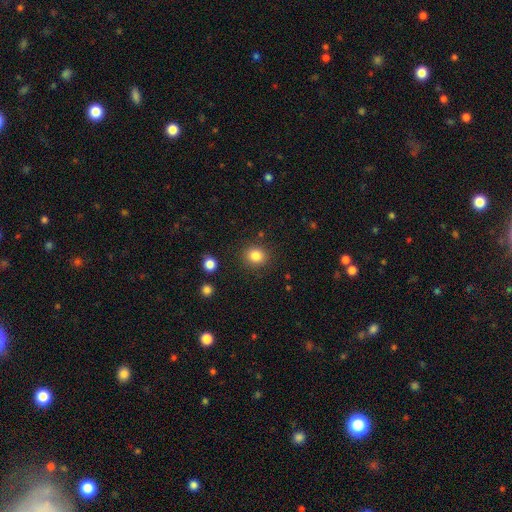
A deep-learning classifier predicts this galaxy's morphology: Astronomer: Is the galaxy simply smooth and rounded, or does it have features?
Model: smooth — 84%.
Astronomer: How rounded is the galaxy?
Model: round — 82%.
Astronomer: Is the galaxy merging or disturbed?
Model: none — 88%.